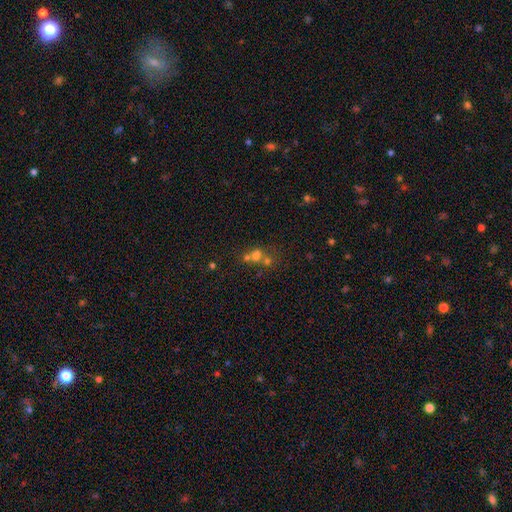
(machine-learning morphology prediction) Smooth or featured?
  - smooth: 60% *
  - star or artifact: 22%
  - featured or disk: 18%
How rounded?
  - round: 76% *
  - in between: 23%
  - cigar-shaped: 1%
Merging?
  - merger: 55% *
  - none: 34%
  - minor disturbance: 7%
  - major disturbance: 4%